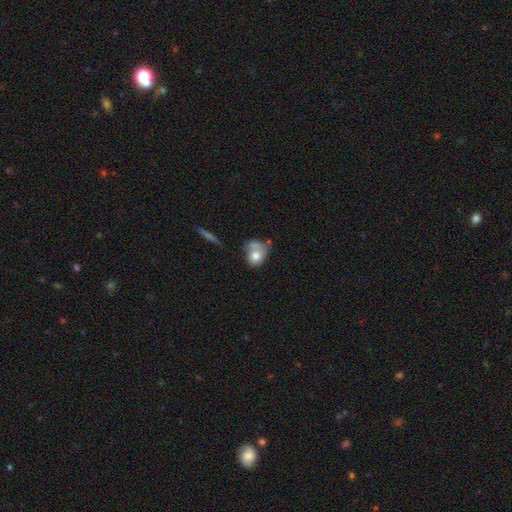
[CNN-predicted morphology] Smooth or featured? smooth (71%)
How rounded? round (50%)
Merging? merger (38%)